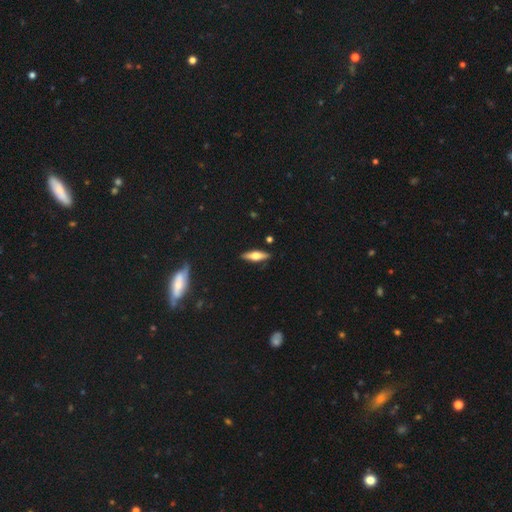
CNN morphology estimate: Smooth or featured? smooth (47%)
Merging? none (87%)